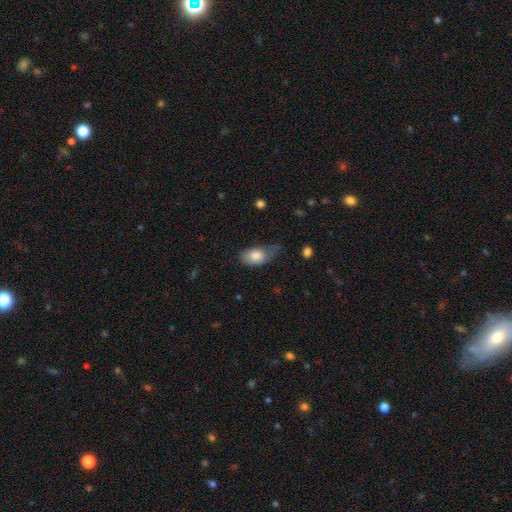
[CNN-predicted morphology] A smooth galaxy with no disk features (80%) that is in between round and cigar-shaped (90%). Merging: minor disturbance (41%).